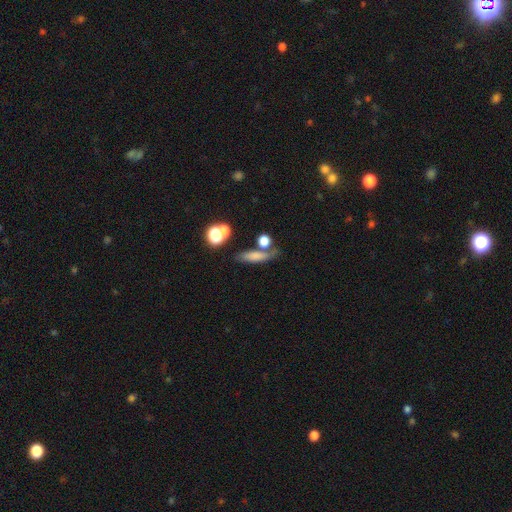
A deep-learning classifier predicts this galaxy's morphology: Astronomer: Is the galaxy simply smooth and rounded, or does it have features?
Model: smooth — 69%.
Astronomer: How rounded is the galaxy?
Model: cigar-shaped — 54% (runner-up: in between, 33%).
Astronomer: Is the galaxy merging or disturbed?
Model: none — 60%.